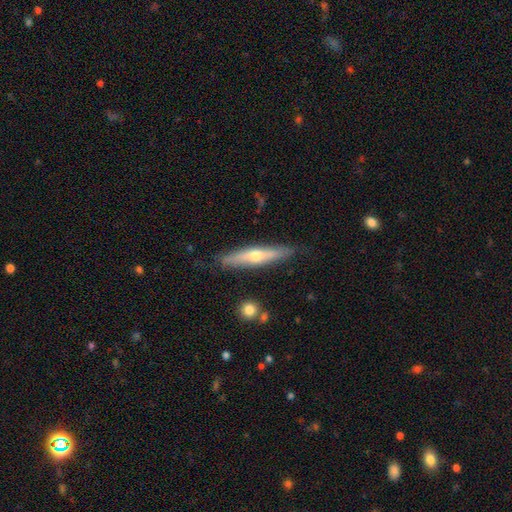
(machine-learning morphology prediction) type=featured or disk (57%); edge-on=yes (90%); edge-on bulge=rounded (85%); merging=none (84%).